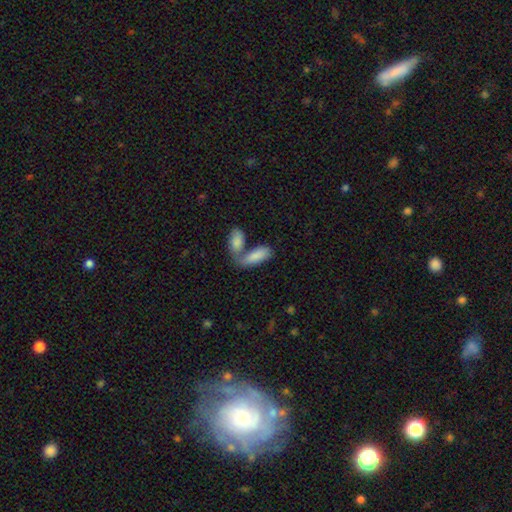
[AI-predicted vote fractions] This appears to be a smooth galaxy with no disk features (85%) that is in between round and cigar-shaped (79%). Merging: merger (57%).